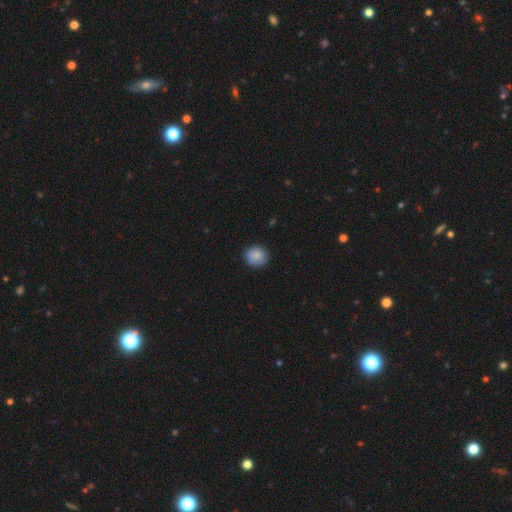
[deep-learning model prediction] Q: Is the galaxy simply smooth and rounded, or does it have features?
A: smooth — 88%.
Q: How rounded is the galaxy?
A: round — 90%.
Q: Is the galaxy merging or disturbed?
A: none — 87%.